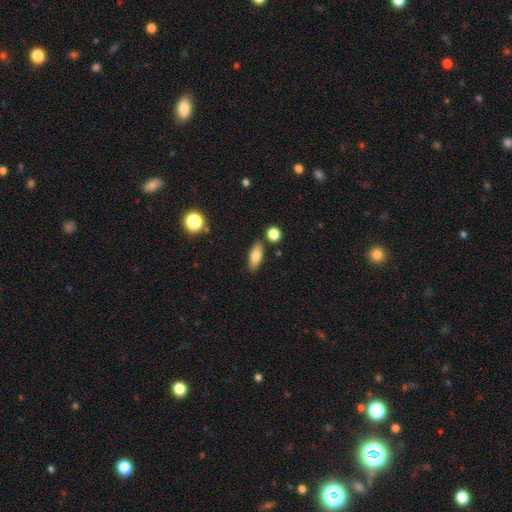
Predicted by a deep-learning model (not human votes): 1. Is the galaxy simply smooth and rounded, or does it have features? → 78% smooth, 14% featured or disk, 8% star or artifact.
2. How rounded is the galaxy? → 73% in between, 23% cigar-shaped, 4% round.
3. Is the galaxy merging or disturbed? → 81% none, 11% minor disturbance, 5% merger, 3% major disturbance.